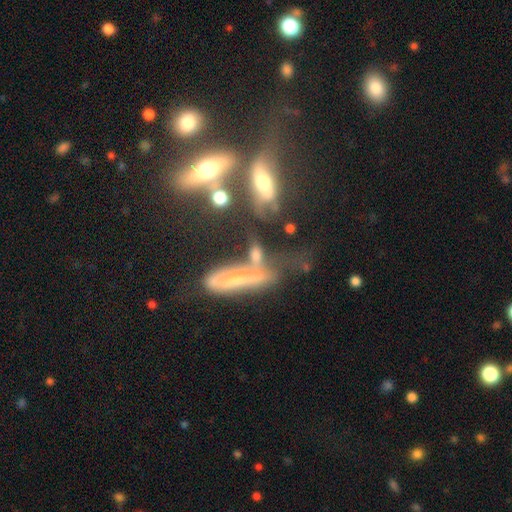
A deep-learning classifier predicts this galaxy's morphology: A smooth galaxy with no disk features (43%, tied with featured or disk). Merging: merger (45%).